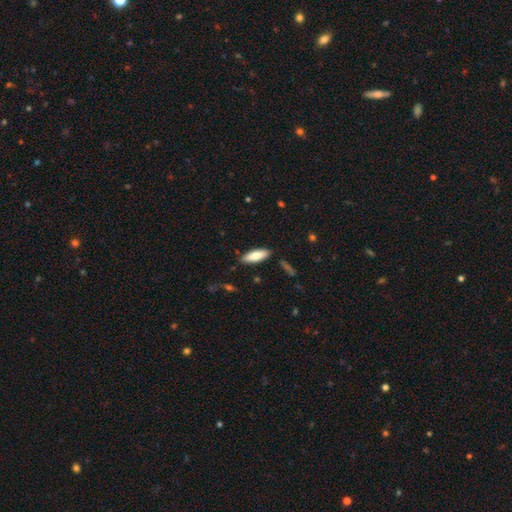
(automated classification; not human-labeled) The model was most divided on "how rounded": in between: 60%, cigar-shaped: 39%, round: 2%. More confident: merging — none (87%); smooth or featured — smooth (78%).